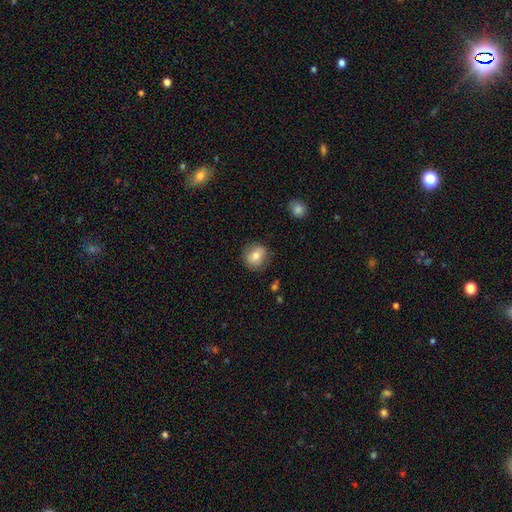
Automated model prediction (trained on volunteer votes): Q: Smooth or featured?
A: smooth (76%); runner-up: featured or disk (16%)
Q: How rounded?
A: round (81%); runner-up: in between (18%)
Q: Merging?
A: none (81%); runner-up: minor disturbance (14%)